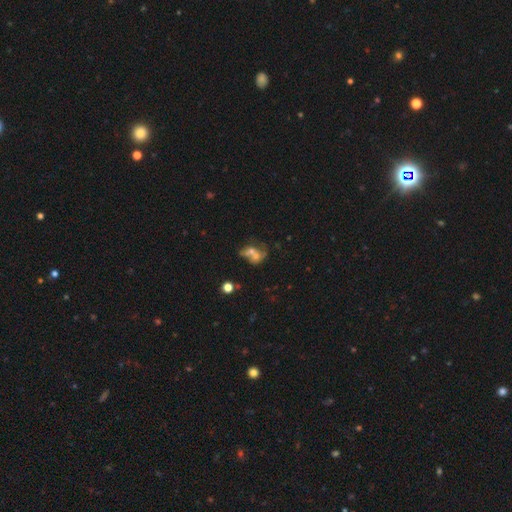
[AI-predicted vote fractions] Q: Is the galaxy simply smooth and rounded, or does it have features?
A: smooth — 44%.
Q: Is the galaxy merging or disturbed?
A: merger — 61%.